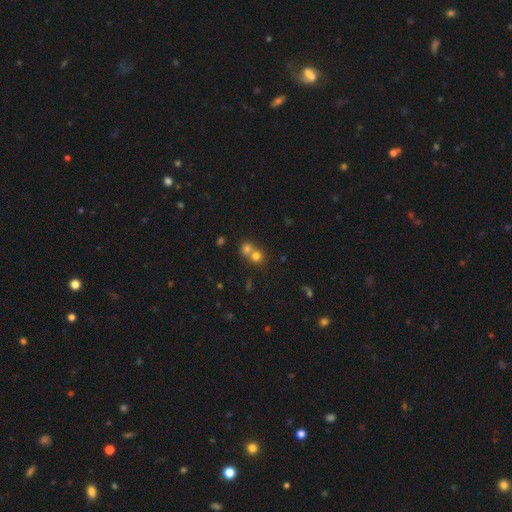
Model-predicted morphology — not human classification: This is likely a smooth galaxy (74%). How rounded: clearly round (85%). Merging: possibly merger (52%).